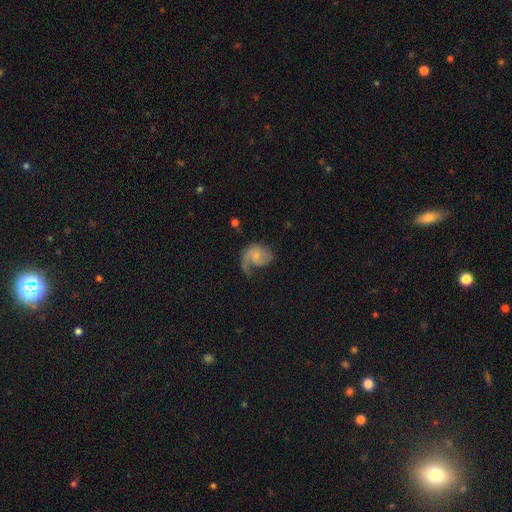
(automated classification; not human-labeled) Smooth or featured?
  - featured or disk: 72% *
  - smooth: 22%
  - star or artifact: 7%
Edge-on disk?
  - no: 98% *
  - yes: 2%
Bar?
  - no: 69% *
  - weak: 27%
  - strong: 4%
Spiral arms?
  - yes: 91% *
  - no: 9%
Spiral winding?
  - loose: 47% *
  - medium: 38%
  - tight: 16%
Spiral arm count?
  - 1: 61% *
  - 2: 30%
  - can't tell: 5%
  - 3: 2%
  - 4: 1%
  - more than 4: 1%
Bulge size?
  - small: 64% *
  - moderate: 20%
  - none: 13%
  - large: 2%
  - dominant: 1%
Merging?
  - major disturbance: 37% *
  - none: 36%
  - minor disturbance: 24%
  - merger: 3%